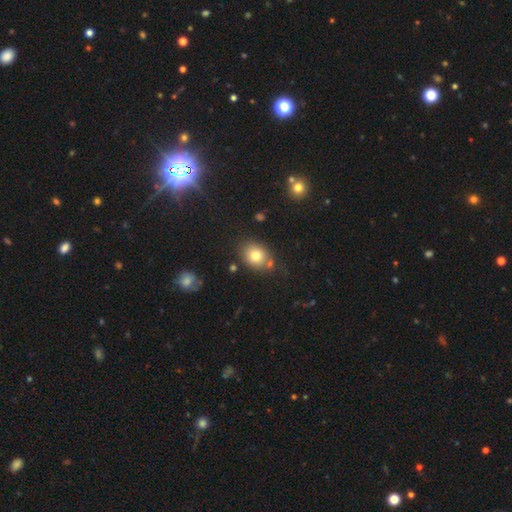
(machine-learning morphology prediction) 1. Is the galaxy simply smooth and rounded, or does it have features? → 78% smooth, 11% featured or disk, 11% star or artifact.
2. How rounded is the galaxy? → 54% in between, 45% round, 1% cigar-shaped.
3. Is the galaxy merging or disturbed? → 72% none, 14% minor disturbance, 10% merger, 4% major disturbance.